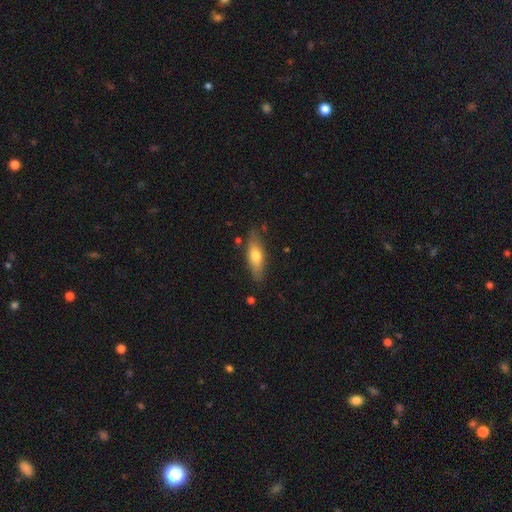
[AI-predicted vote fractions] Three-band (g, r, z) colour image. It shows a smooth galaxy with no disk features (66%) that is in between round and cigar-shaped (58%). Merging: none (79%).